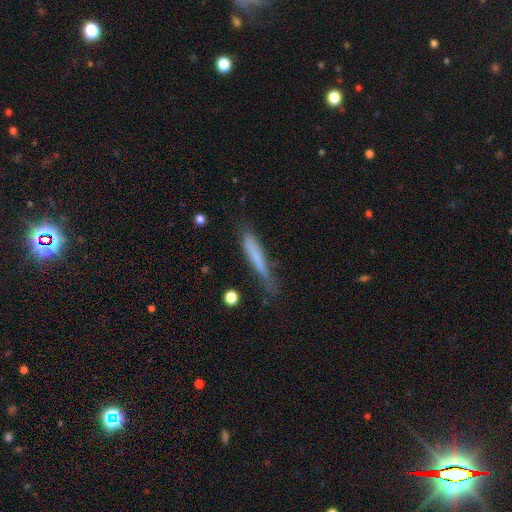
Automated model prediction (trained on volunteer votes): Morphology: type=smooth (69%); roundness=cigar-shaped (93%); merging=none (59%).